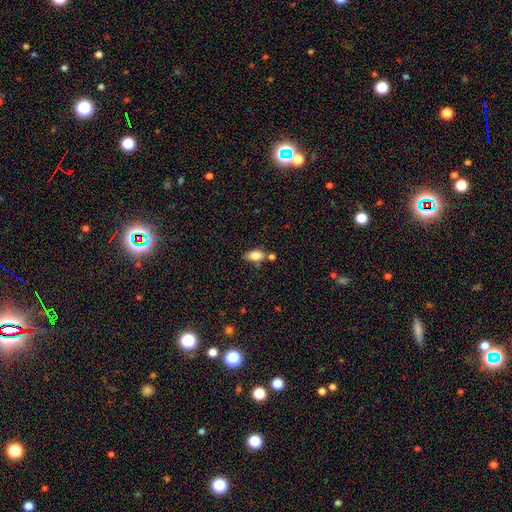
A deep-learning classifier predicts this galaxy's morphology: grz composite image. It shows a smooth galaxy with no disk features (81%) that is in between round and cigar-shaped (88%). Merging: none (59%).